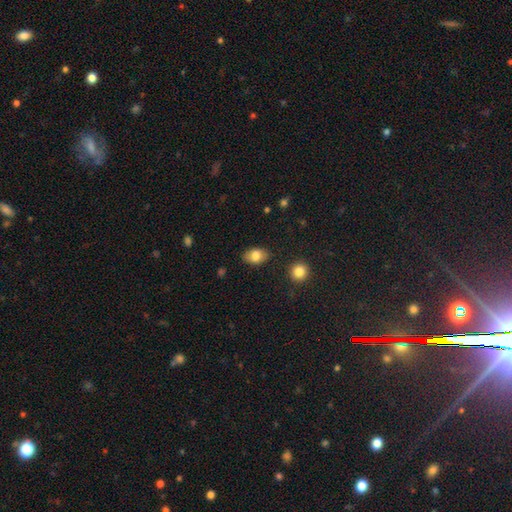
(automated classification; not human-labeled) Q: Smooth or featured?
A: smooth (80%); runner-up: featured or disk (12%)
Q: How rounded?
A: in between (85%); runner-up: round (14%)
Q: Merging?
A: none (84%); runner-up: minor disturbance (12%)